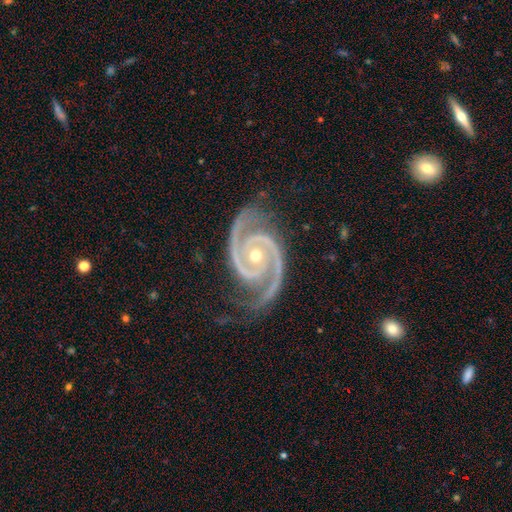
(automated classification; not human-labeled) smooth_or_featured: featured or disk (p=0.95) [alt: star or artifact p=0.04]
disk_edge_on: no (p=0.98) [alt: yes p=0.02]
bar: no (p=0.69) [alt: weak p=0.19]
has_spiral_arms: yes (p=0.99) [alt: no p=0.01]
spiral_winding: tight (p=0.59) [alt: medium p=0.37]
spiral_arm_count: 2 (p=0.90) [alt: 3 p=0.04]
bulge_size: moderate (p=0.55) [alt: small p=0.42]
merging: none (p=0.76) [alt: minor disturbance p=0.17]